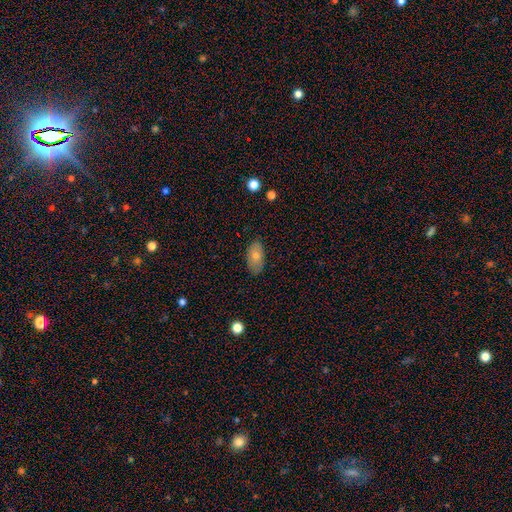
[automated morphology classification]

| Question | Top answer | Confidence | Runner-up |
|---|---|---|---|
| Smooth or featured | smooth | 77% | featured or disk (16%) |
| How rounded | in between | 93% | round (4%) |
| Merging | none | 83% | minor disturbance (14%) |